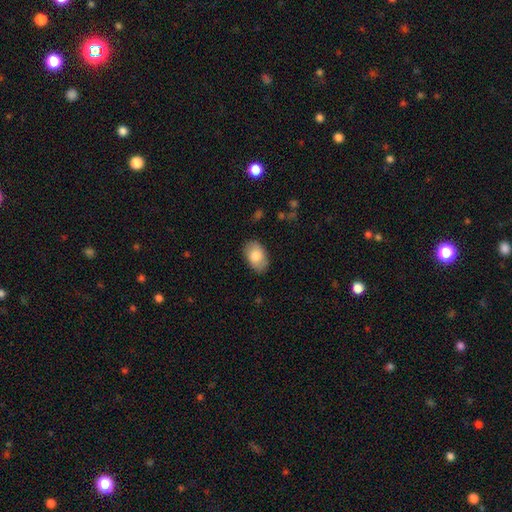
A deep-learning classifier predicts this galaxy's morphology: The model was most divided on "smooth or featured": smooth: 81%, featured or disk: 13%, star or artifact: 6%. More confident: how rounded — in between (91%); merging — none (85%).